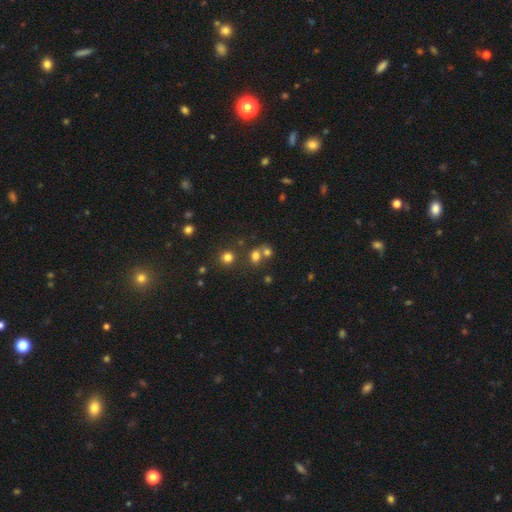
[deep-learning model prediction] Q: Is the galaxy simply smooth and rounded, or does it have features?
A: smooth — 70%.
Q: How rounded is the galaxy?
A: round — 61%.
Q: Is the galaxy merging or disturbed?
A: none — 47%.